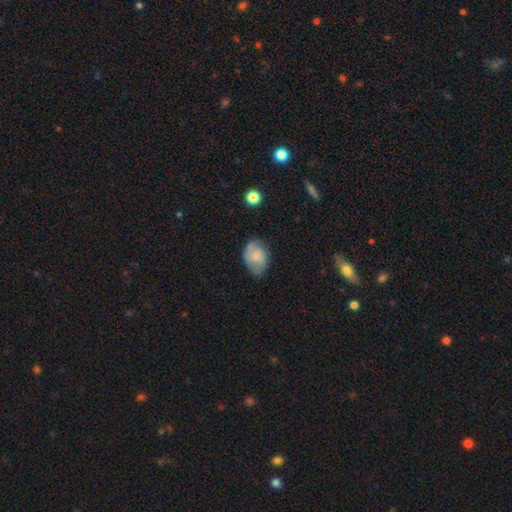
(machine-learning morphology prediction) This is likely a smooth galaxy (69%). How rounded: clearly in between (81%). Merging: possibly none (57%).